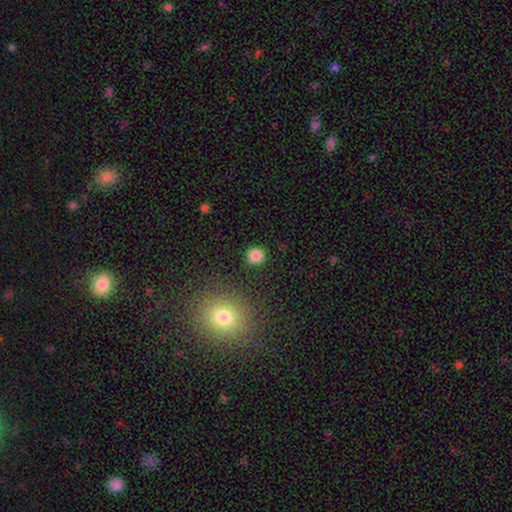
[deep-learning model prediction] smooth 84%, star or artifact 12%, featured or disk 4%. Down the decision tree: how rounded — round (87%); merging — none (88%).